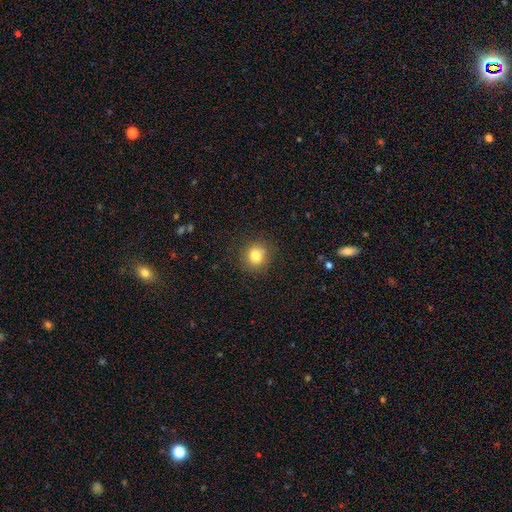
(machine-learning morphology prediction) Overall: smooth (81%). How rounded: round (84%). Merging: none (87%).